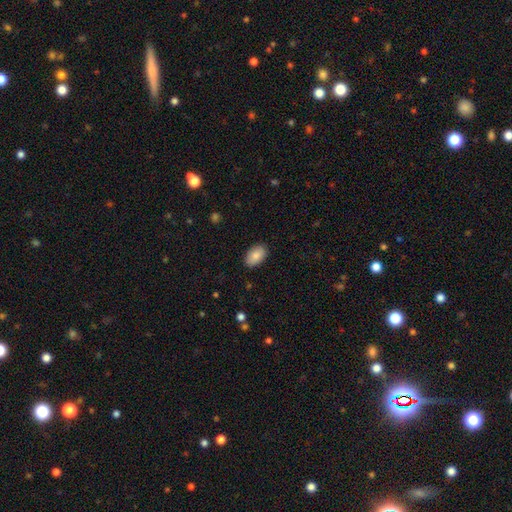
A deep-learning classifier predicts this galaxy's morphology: smooth 86%, featured or disk 7%, star or artifact 7%. Down the decision tree: how rounded — in between (93%); merging — none (88%).